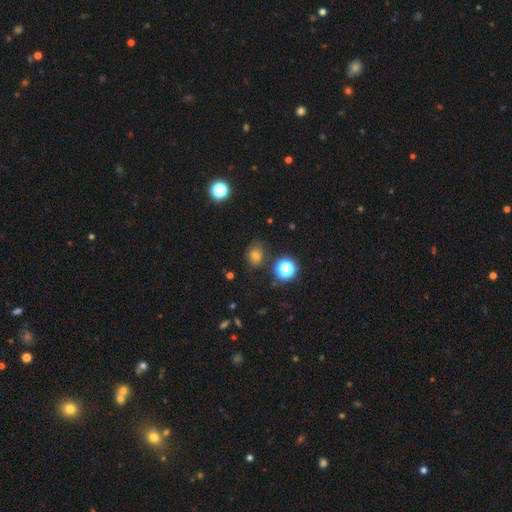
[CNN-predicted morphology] smooth-or-featured: smooth: 64% | star or artifact: 24% | featured or disk: 12%
  how-rounded: round: 58% | in between: 41% | cigar-shaped: 1%
  merging: none: 75% | minor disturbance: 17% | major disturbance: 5% | merger: 3%